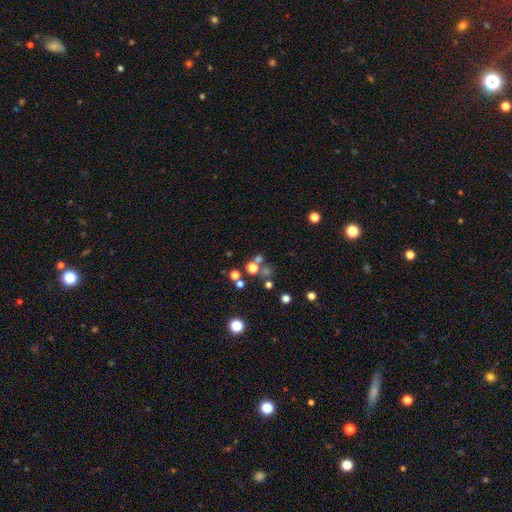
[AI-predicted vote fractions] Morphology: type=star or artifact (48%).